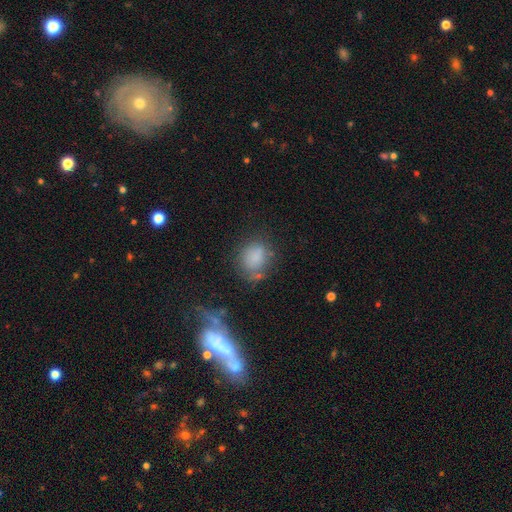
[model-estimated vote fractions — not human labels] smooth_or_featured: smooth (p=0.79) [alt: star or artifact p=0.11]
how_rounded: round (p=0.59) [alt: in between p=0.40]
merging: none (p=0.59) [alt: minor disturbance p=0.23]